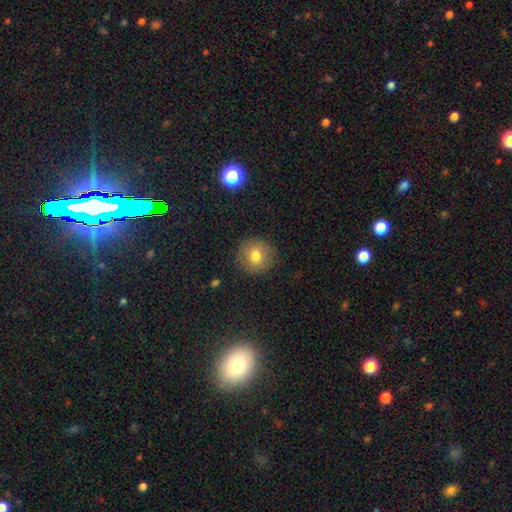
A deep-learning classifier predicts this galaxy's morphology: smooth-or-featured: smooth: 76% | featured or disk: 14% | star or artifact: 11%
  how-rounded: round: 93% | in between: 6% | cigar-shaped: 1%
  merging: none: 87% | minor disturbance: 9% | major disturbance: 3% | merger: 1%